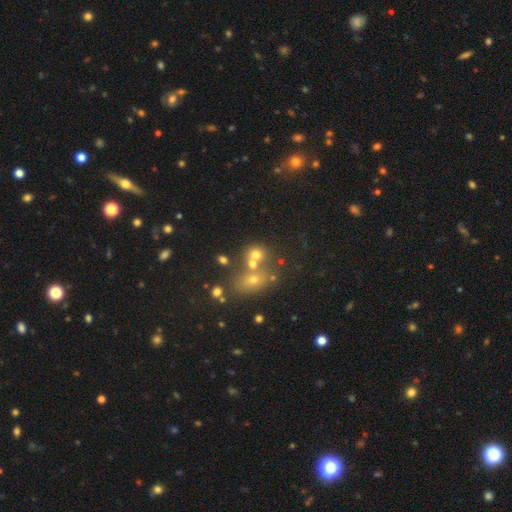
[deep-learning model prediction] A smooth galaxy with no disk features (54%) that is round (62%). Merging: none (46%).